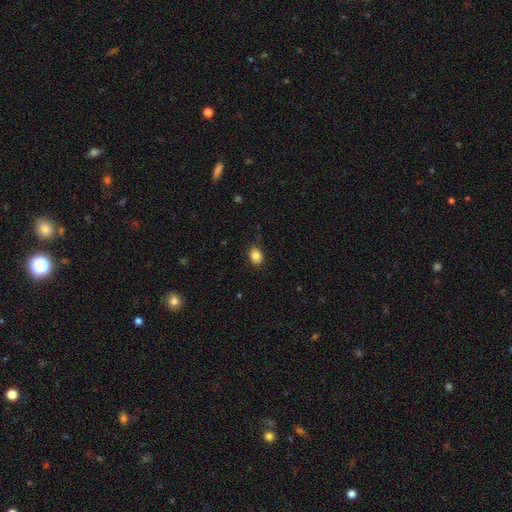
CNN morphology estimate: Smooth or featured? Predicted: smooth (p=0.85). How rounded? Predicted: in between (p=0.63). Merging? Predicted: none (p=0.84).